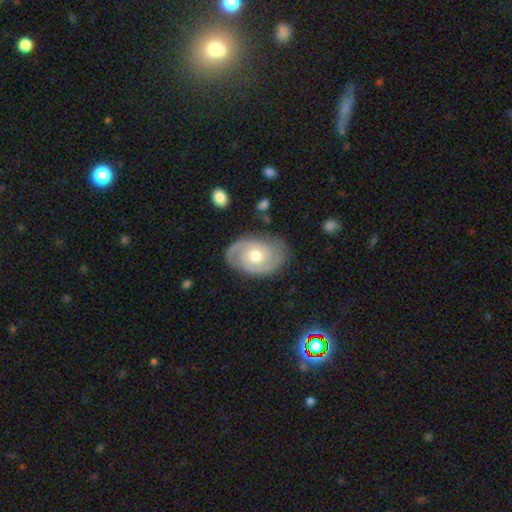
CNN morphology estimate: featured or disk 85%, smooth 10%, star or artifact 5%. Down the decision tree: edge-on disk — no (97%); bar — no (74%); spiral arms — yes (95%); spiral arm count — 2 (80%); spiral winding — tight (60%); bulge size — moderate (71%); merging — none (80%).